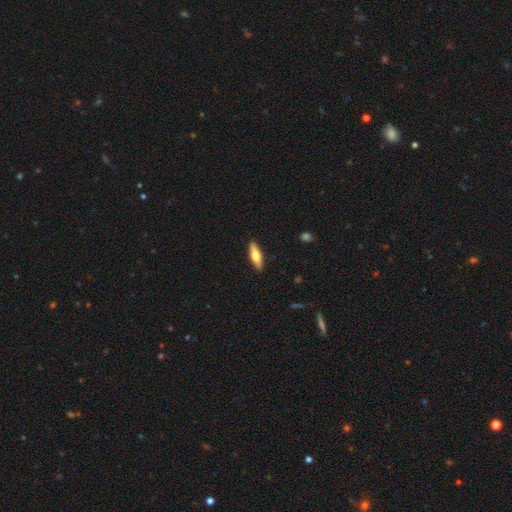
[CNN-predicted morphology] smooth_or_featured: smooth (p=0.53) [alt: featured or disk p=0.41]
how_rounded: cigar-shaped (p=0.55) [alt: in between p=0.42]
merging: none (p=0.90) [alt: minor disturbance p=0.07]